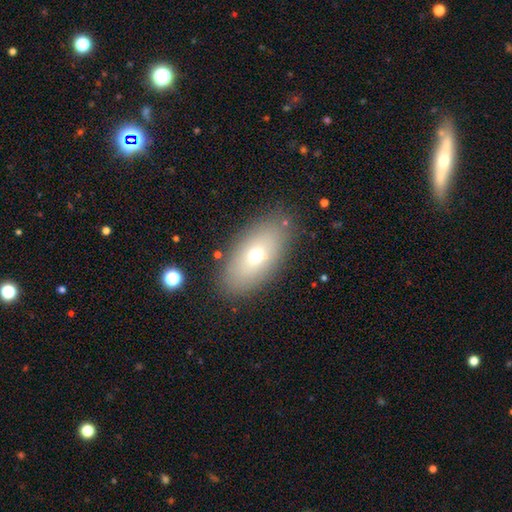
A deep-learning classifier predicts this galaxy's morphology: A smooth galaxy with no disk features (65%) that is in between round and cigar-shaped (88%). Merging: none (82%).